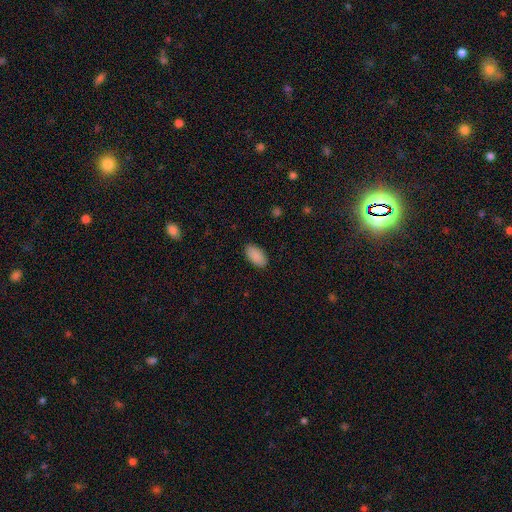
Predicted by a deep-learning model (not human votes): This appears to be a smooth galaxy with no disk features (90%) that is in between round and cigar-shaped (95%). Merging: none (89%).